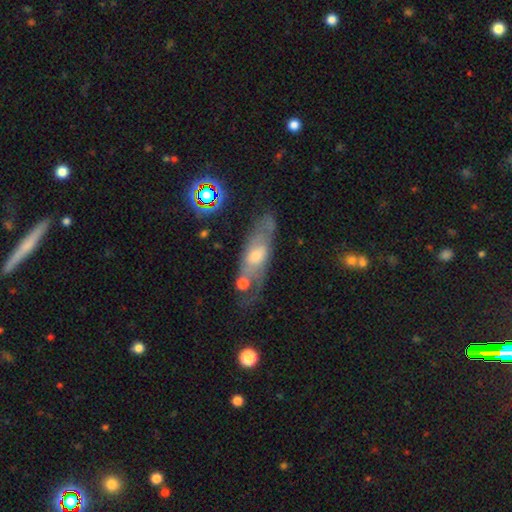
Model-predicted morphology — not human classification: Q: Smooth or featured?
A: featured or disk (59%); runner-up: smooth (31%)
Q: Edge-on disk?
A: no (67%); runner-up: yes (33%)
Q: Merging?
A: none (60%); runner-up: minor disturbance (21%)